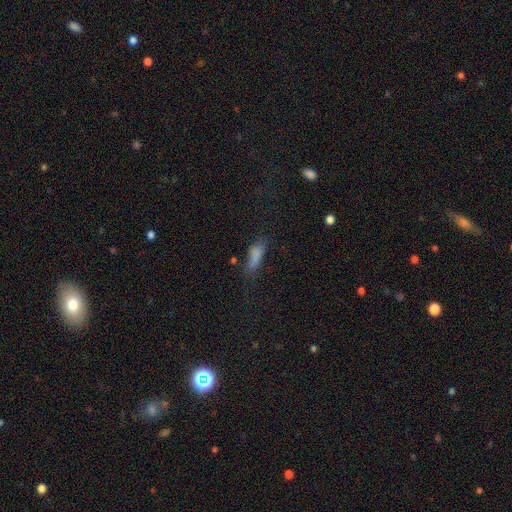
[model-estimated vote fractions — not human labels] Q: Smooth or featured?
A: smooth (76%); runner-up: star or artifact (13%)
Q: How rounded?
A: in between (55%); runner-up: cigar-shaped (42%)
Q: Merging?
A: none (47%); runner-up: minor disturbance (29%)